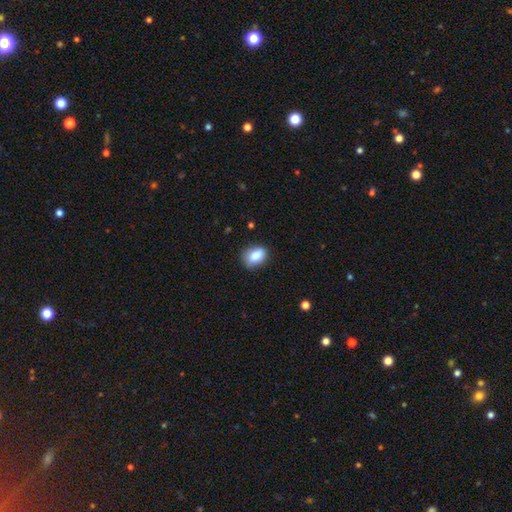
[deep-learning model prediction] Q: Smooth or featured?
A: smooth (84%); runner-up: star or artifact (8%)
Q: How rounded?
A: in between (73%); runner-up: round (26%)
Q: Merging?
A: none (74%); runner-up: minor disturbance (21%)